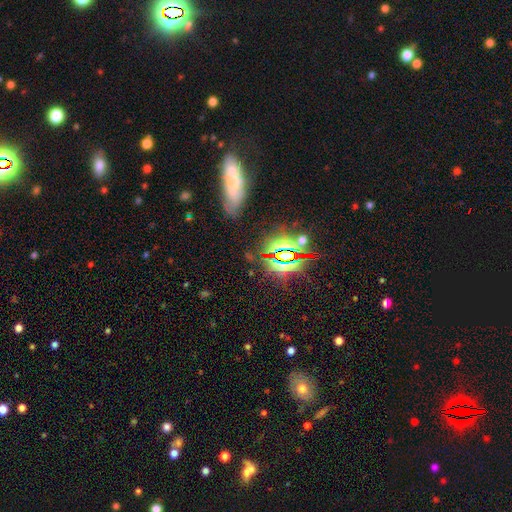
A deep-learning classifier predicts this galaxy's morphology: Q: Smooth or featured?
A: star or artifact (67%); runner-up: smooth (19%)